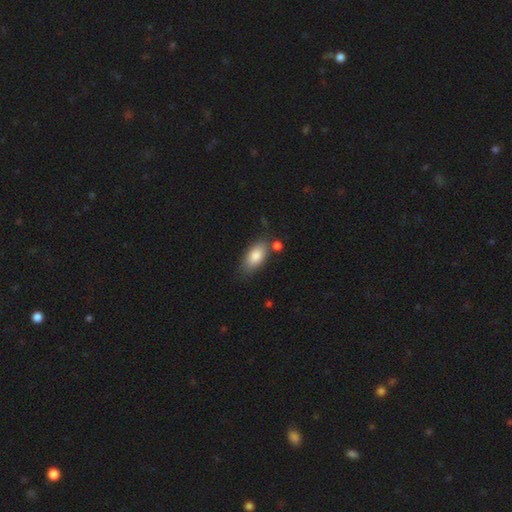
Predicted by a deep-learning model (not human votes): The model was most divided on "merging": none: 71%, minor disturbance: 16%, merger: 10%, major disturbance: 4%. More confident: how rounded — in between (90%); smooth or featured — smooth (84%).